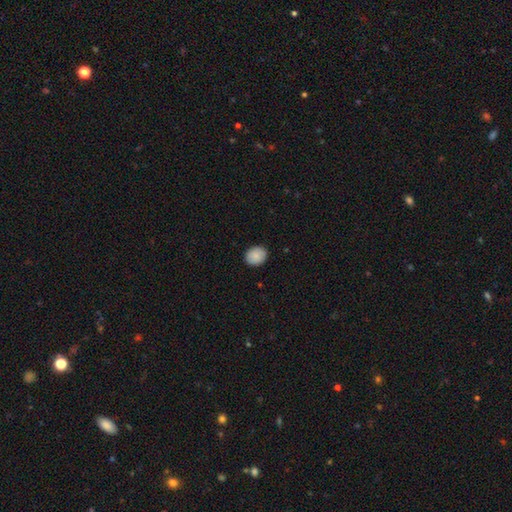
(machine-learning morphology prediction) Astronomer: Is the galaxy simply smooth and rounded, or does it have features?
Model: smooth — 88%.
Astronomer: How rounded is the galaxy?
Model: round — 55% (runner-up: in between, 44%).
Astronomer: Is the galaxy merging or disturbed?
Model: none — 88%.